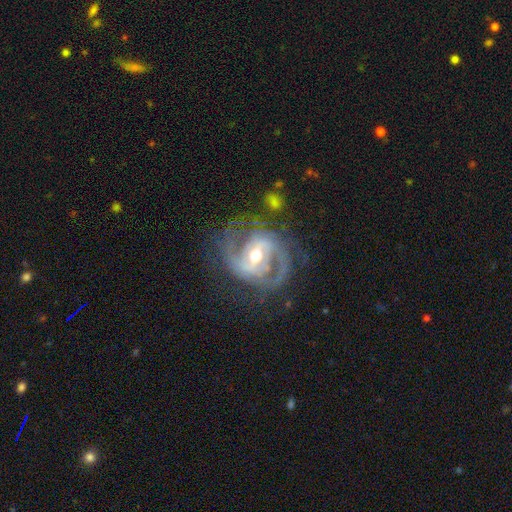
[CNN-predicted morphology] Smooth or featured? Predicted: featured or disk (p=0.89). Edge-on disk? Predicted: no (p=0.97). Bar? Predicted: strong (p=0.47). Spiral arms? Predicted: yes (p=0.95). Spiral winding? Predicted: medium (p=0.50). Spiral arm count? Predicted: 2 (p=0.70). Bulge size? Predicted: moderate (p=0.70). Merging? Predicted: none (p=0.65).